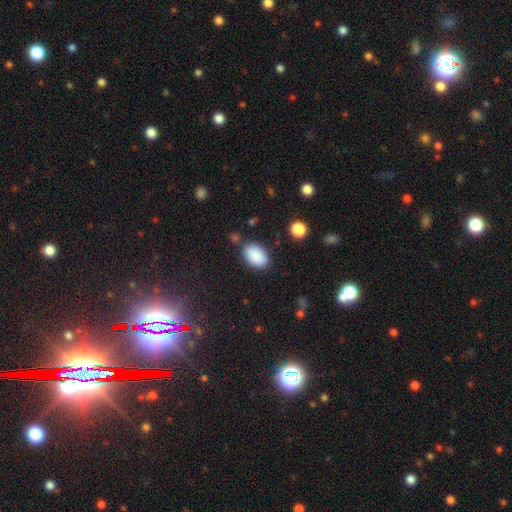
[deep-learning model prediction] A smooth galaxy with no disk features (89%) that is in between round and cigar-shaped (90%). Merging: none (81%).